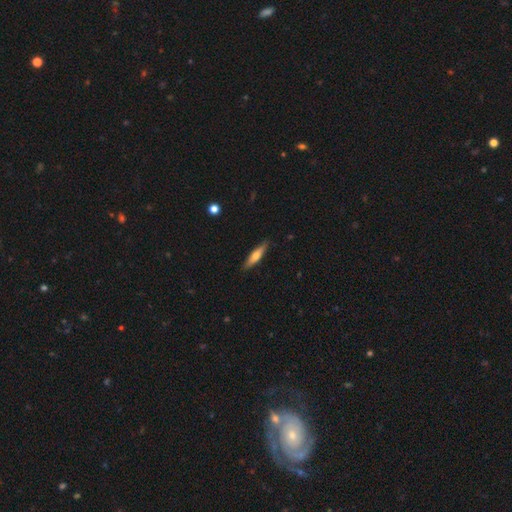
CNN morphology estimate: smooth-or-featured: smooth: 56% | featured or disk: 38% | star or artifact: 6%
  how-rounded: cigar-shaped: 80% | in between: 18% | round: 2%
  merging: none: 88% | minor disturbance: 9% | major disturbance: 2% | merger: 1%